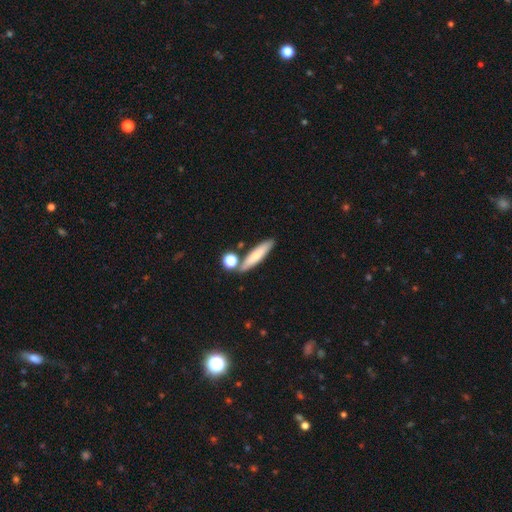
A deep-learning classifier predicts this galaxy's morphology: The model was most divided on "smooth or featured": smooth: 72%, featured or disk: 21%, star or artifact: 7%. More confident: how rounded — cigar-shaped (78%); merging — none (73%).